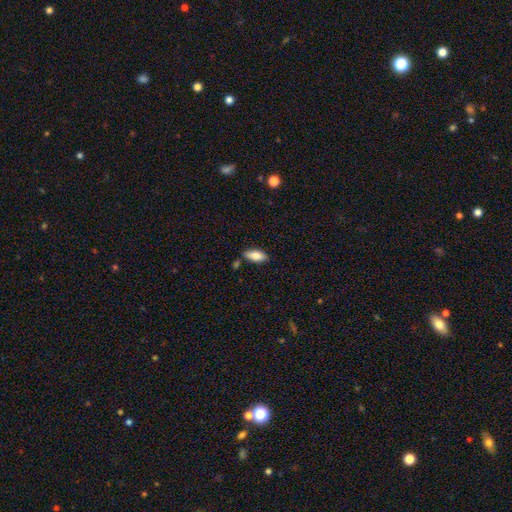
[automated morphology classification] The model was most divided on "merging": none: 79%, minor disturbance: 14%, merger: 5%, major disturbance: 3%. More confident: how rounded — in between (85%); smooth or featured — smooth (81%).